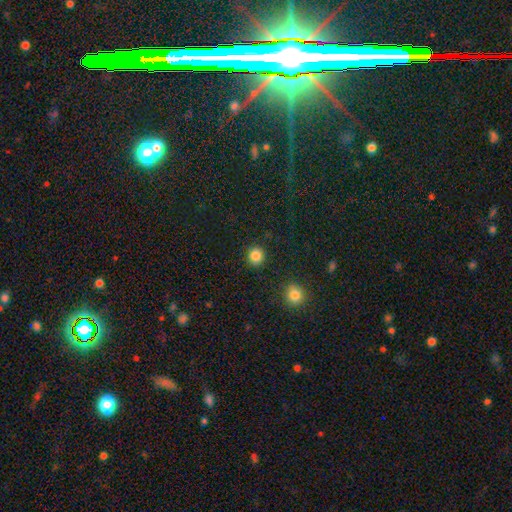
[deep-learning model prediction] The model was most divided on "smooth or featured": smooth: 86%, star or artifact: 11%, featured or disk: 4%. More confident: merging — none (91%); how rounded — round (89%).